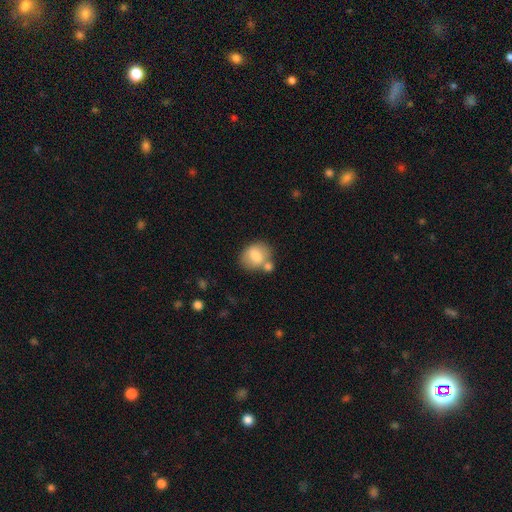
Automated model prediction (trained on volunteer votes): Smooth or featured? Predicted: smooth (p=0.75). How rounded? Predicted: round (p=0.54). Merging? Predicted: none (p=0.50).